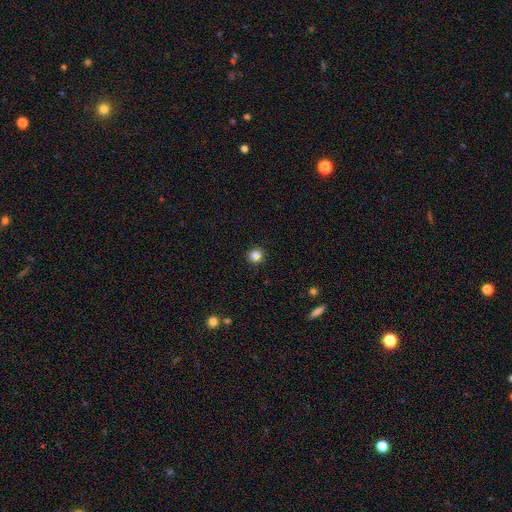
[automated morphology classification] A smooth galaxy with no disk features (77%) that is round (88%).

Vote fractions:
- Smooth or featured? smooth: 77% / star or artifact: 16% / featured or disk: 7%
- How rounded? round: 88% / in between: 11% / cigar-shaped: 1%
- Merging? none: 86% / minor disturbance: 9% / merger: 3% / major disturbance: 3%